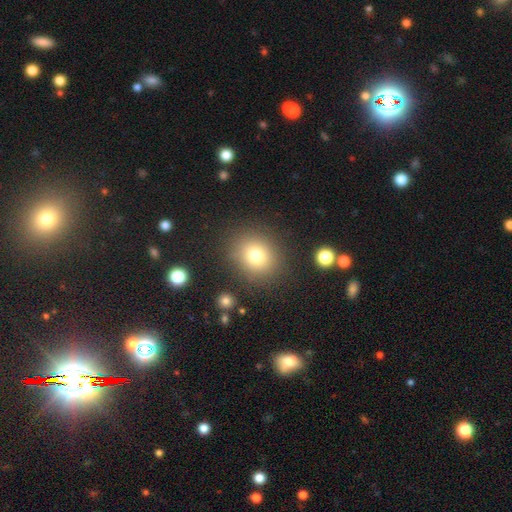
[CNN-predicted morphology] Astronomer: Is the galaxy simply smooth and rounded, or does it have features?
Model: smooth — 77%.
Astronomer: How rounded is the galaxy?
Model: round — 76%.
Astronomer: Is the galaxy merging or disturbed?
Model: none — 85%.